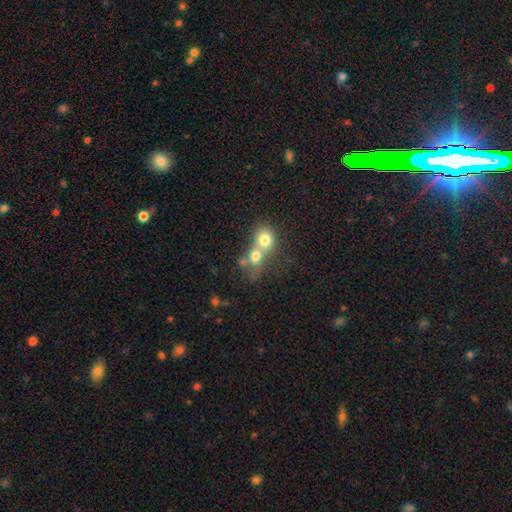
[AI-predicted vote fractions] A smooth galaxy with no disk features (71%) that is round (70%).

Vote fractions:
- Smooth or featured? smooth: 71% / featured or disk: 18% / star or artifact: 11%
- How rounded? round: 70% / in between: 29% / cigar-shaped: 1%
- Merging? merger: 69% / none: 22% / minor disturbance: 5% / major disturbance: 3%